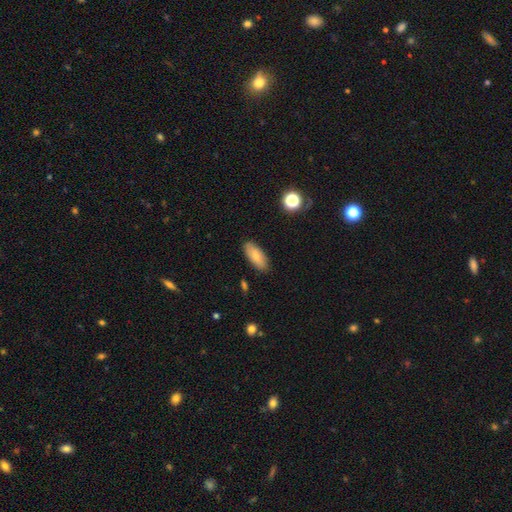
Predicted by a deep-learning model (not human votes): Overall: smooth (82%). How rounded: in between (82%). Merging: none (87%).